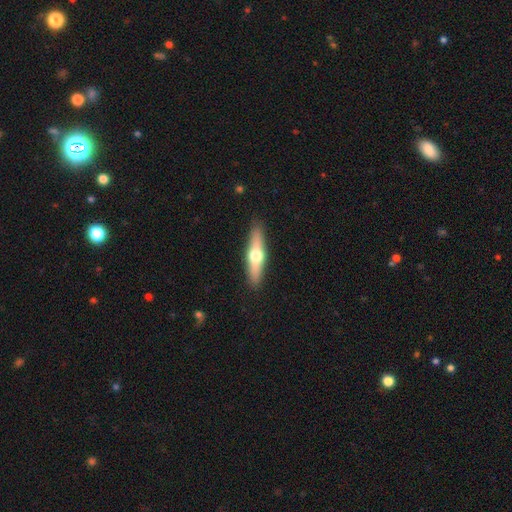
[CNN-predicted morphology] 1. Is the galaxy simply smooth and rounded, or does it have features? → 51% featured or disk, 43% smooth, 5% star or artifact.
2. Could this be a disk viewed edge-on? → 91% yes, 9% no.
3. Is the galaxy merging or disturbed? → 89% none, 8% minor disturbance, 2% major disturbance, 1% merger.